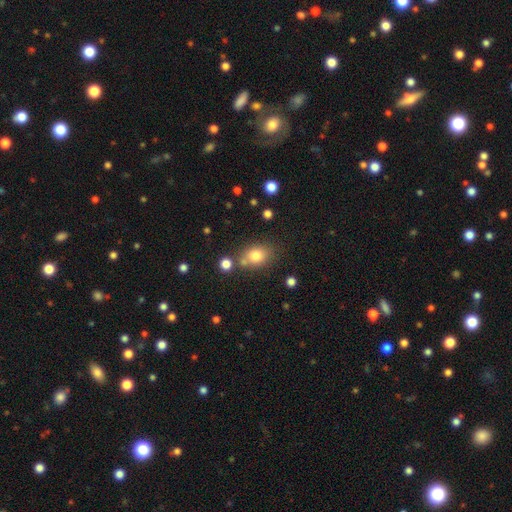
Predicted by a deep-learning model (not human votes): Overall: smooth (79%). How rounded: in between (61%; round 38%). Merging: none (65%).